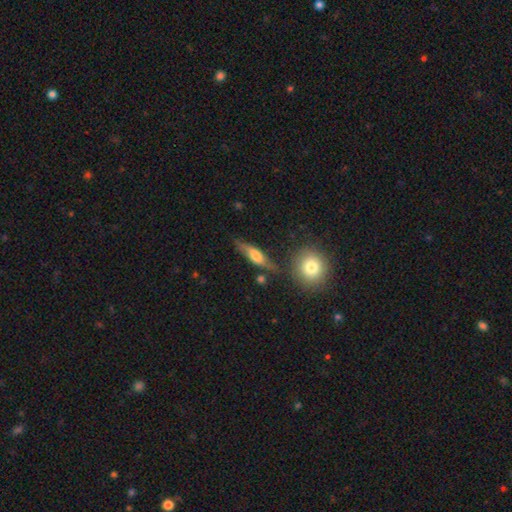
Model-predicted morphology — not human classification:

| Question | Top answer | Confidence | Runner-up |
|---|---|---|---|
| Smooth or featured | smooth | 51% | featured or disk (42%) |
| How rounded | cigar-shaped | 59% | in between (36%) |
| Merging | none | 68% | minor disturbance (19%) |